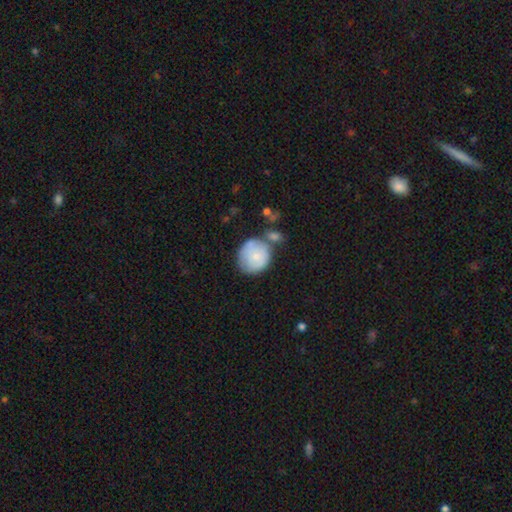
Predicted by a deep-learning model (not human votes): Q: Smooth or featured?
A: smooth (74%); runner-up: featured or disk (20%)
Q: How rounded?
A: round (85%); runner-up: in between (14%)
Q: Merging?
A: none (49%); runner-up: minor disturbance (22%)